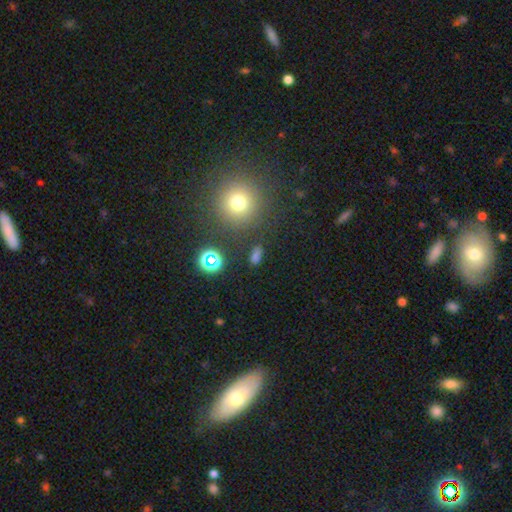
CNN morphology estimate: Smooth or featured?
  - smooth: 62% *
  - star or artifact: 30%
  - featured or disk: 8%
How rounded?
  - in between: 47% *
  - round: 44%
  - cigar-shaped: 9%
Merging?
  - none: 83% *
  - minor disturbance: 9%
  - merger: 4%
  - major disturbance: 4%